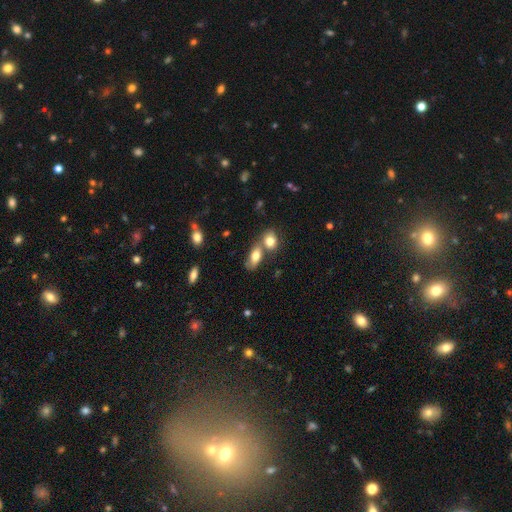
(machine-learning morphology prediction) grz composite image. It shows a smooth galaxy with no disk features (77%) that is in between round and cigar-shaped (82%). Merging: merger (44%).